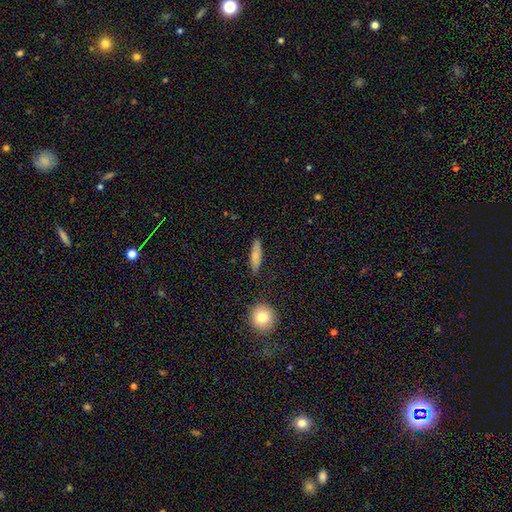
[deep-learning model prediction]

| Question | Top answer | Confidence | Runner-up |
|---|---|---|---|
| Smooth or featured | smooth | 79% | featured or disk (14%) |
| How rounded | cigar-shaped | 69% | in between (27%) |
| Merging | none | 82% | minor disturbance (13%) |